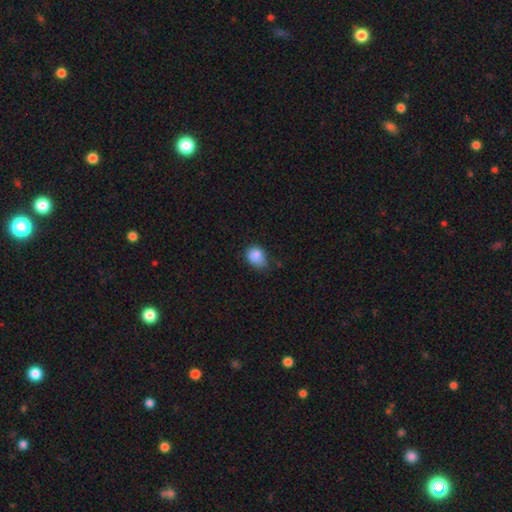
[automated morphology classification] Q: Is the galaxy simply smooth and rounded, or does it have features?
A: smooth — 85%.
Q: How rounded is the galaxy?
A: in between — 55%.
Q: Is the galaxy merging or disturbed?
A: none — 46%.